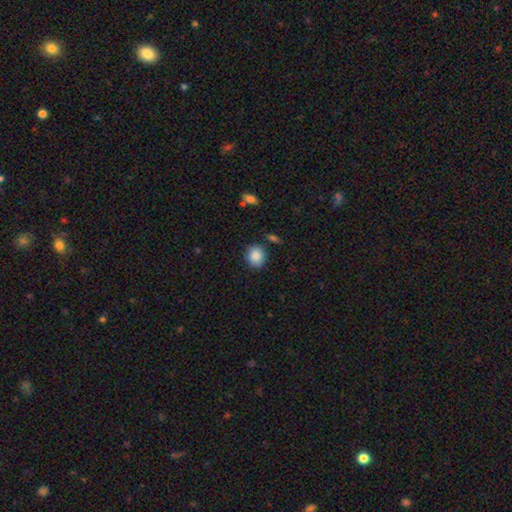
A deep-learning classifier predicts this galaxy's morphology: smooth-or-featured: smooth: 88% | star or artifact: 8% | featured or disk: 4%
  how-rounded: round: 66% | in between: 33% | cigar-shaped: 1%
  merging: none: 80% | minor disturbance: 13% | major disturbance: 3% | merger: 3%